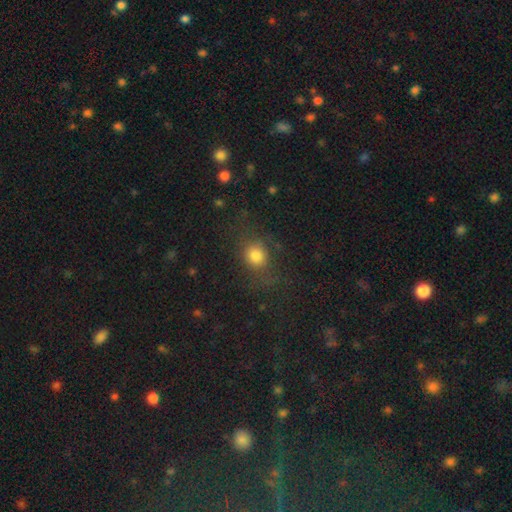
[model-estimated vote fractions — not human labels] Smooth or featured? smooth (77%)
How rounded? round (70%)
Merging? none (69%)